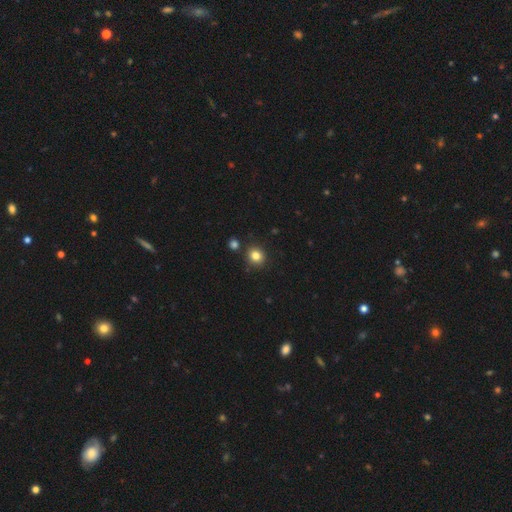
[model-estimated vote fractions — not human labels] Q: Smooth or featured?
A: smooth (83%); runner-up: star or artifact (12%)
Q: How rounded?
A: round (82%); runner-up: in between (17%)
Q: Merging?
A: none (85%); runner-up: minor disturbance (8%)